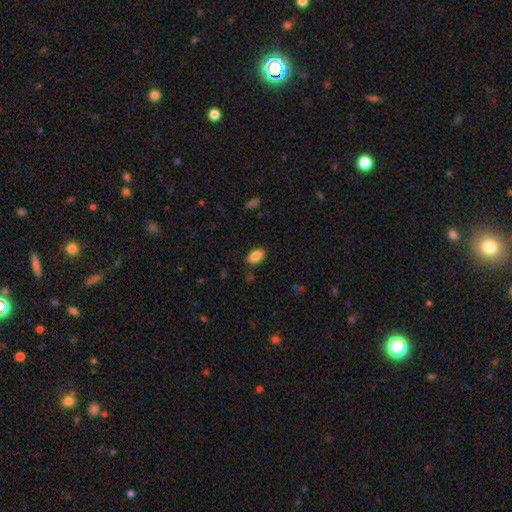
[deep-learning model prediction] Morphology: type=smooth (86%); roundness=in between (92%); merging=none (84%).